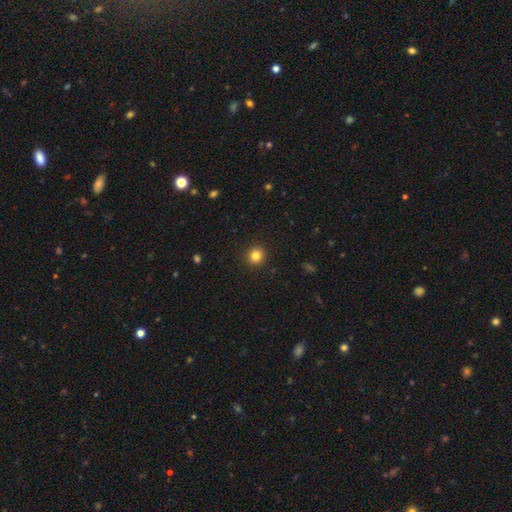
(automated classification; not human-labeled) A smooth galaxy with no disk features (82%) that is round (95%).

Vote fractions:
- Smooth or featured? smooth: 82% / star or artifact: 12% / featured or disk: 5%
- How rounded? round: 95% / in between: 5% / cigar-shaped: 1%
- Merging? none: 93% / minor disturbance: 5% / major disturbance: 2% / merger: 1%